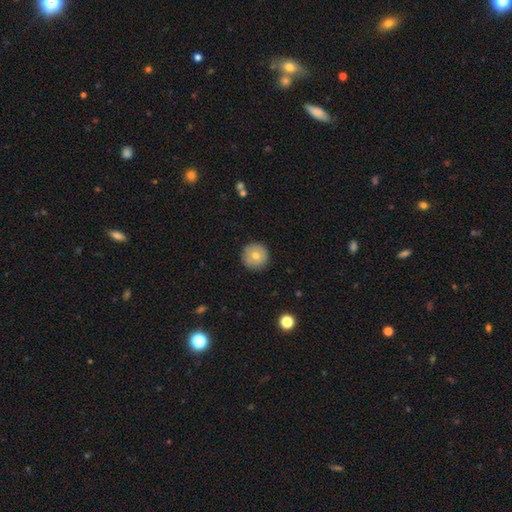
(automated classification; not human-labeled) Smooth or featured? smooth (71%)
How rounded? round (96%)
Merging? none (90%)